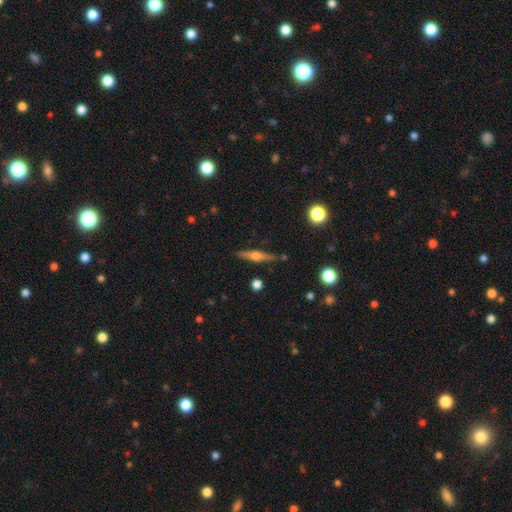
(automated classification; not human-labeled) smooth_or_featured: featured or disk (p=0.66) [alt: smooth p=0.27]
disk_edge_on: yes (p=0.97) [alt: no p=0.03]
edge_on_bulge: rounded (p=0.85) [alt: boxy p=0.10]
merging: none (p=0.86) [alt: minor disturbance p=0.10]